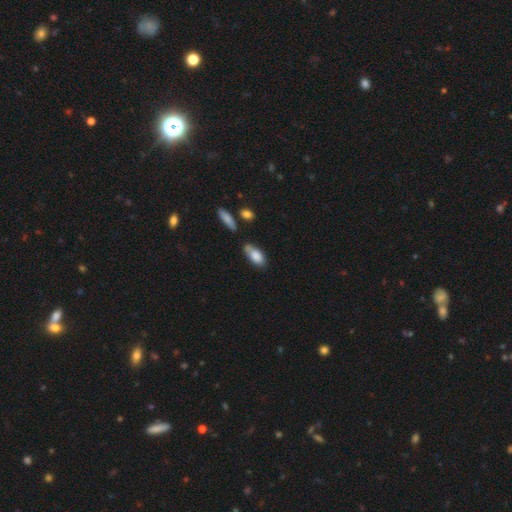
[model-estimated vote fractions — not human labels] The model was most divided on "merging": none: 51%, minor disturbance: 29%, merger: 12%, major disturbance: 8%. More confident: how rounded — in between (86%); smooth or featured — smooth (82%).